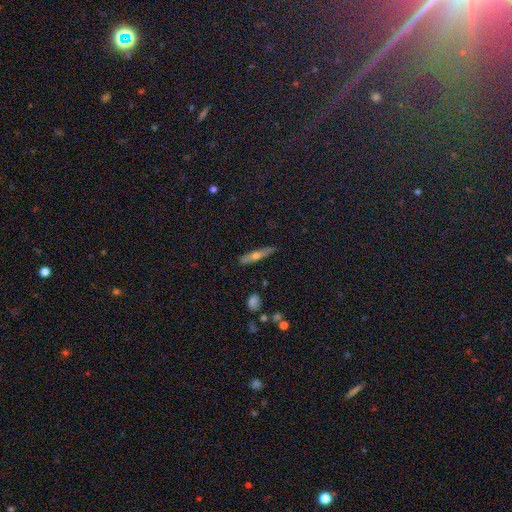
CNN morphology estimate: A featured or disk galaxy (48%).

Vote fractions:
- Smooth or featured? featured or disk: 48% / smooth: 43% / star or artifact: 8%
- Merging? none: 85% / minor disturbance: 11% / major disturbance: 2% / merger: 2%